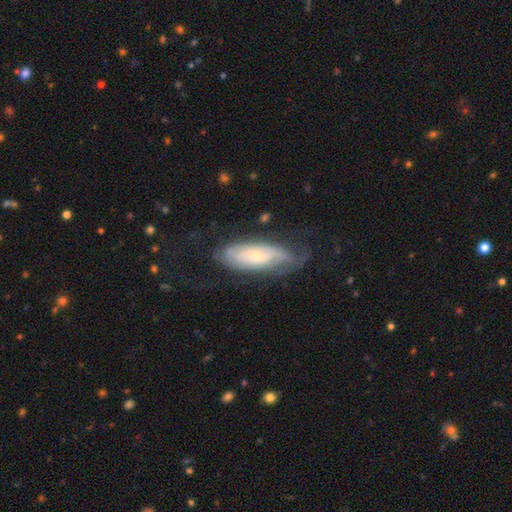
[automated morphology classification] This appears to be a featured or disk galaxy (61%) with no bar (74%), spiral arms (80%) and a small central bulge (69%). Merging: none (59%).